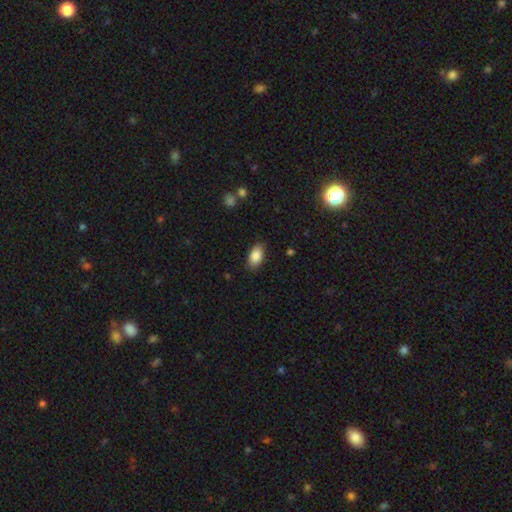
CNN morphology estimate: Smooth or featured? smooth (86%)
How rounded? in between (92%)
Merging? none (85%)